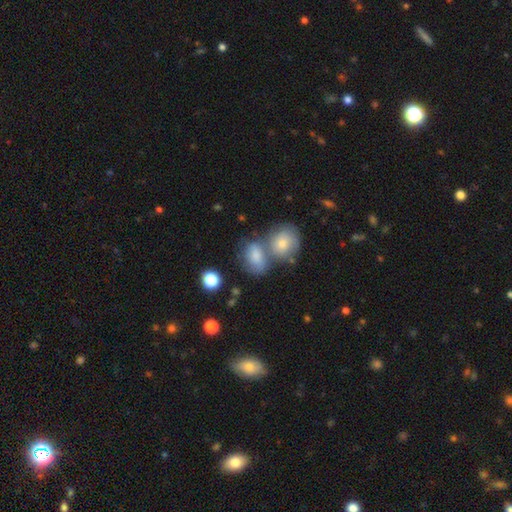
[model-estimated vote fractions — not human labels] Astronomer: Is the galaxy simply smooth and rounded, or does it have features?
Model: smooth — 74%.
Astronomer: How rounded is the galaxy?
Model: in between — 73%.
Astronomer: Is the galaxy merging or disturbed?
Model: merger — 51% (runner-up: none, 29%).